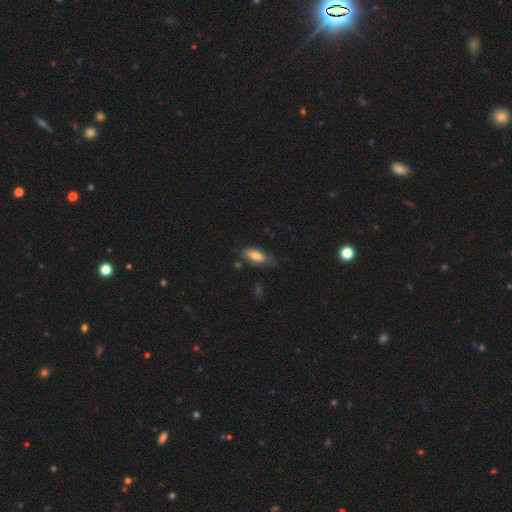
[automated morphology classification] Smooth or featured? Predicted: smooth (p=0.77). How rounded? Predicted: in between (p=0.82). Merging? Predicted: none (p=0.56).